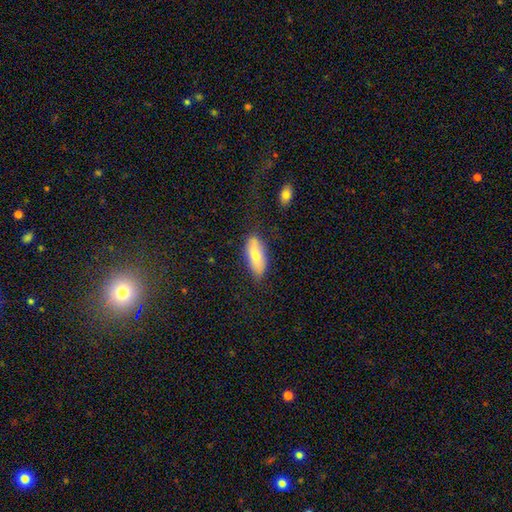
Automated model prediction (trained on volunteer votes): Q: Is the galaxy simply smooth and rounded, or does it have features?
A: smooth — 70%.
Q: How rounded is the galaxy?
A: in between — 81%.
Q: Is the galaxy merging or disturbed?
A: none — 78%.